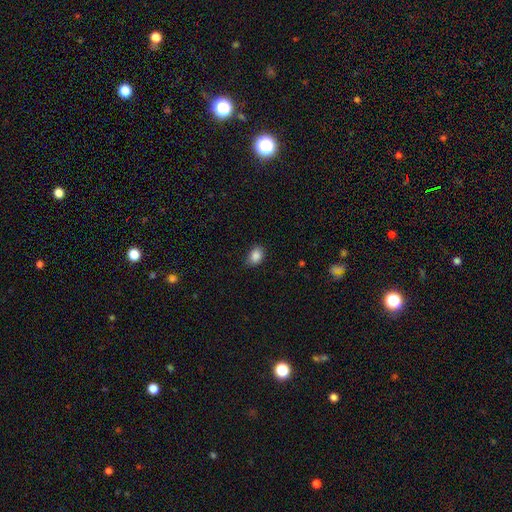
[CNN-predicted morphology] smooth-or-featured: smooth: 87% | star or artifact: 9% | featured or disk: 4%
  how-rounded: in between: 74% | round: 25% | cigar-shaped: 1%
  merging: none: 75% | minor disturbance: 21% | major disturbance: 3% | merger: 1%